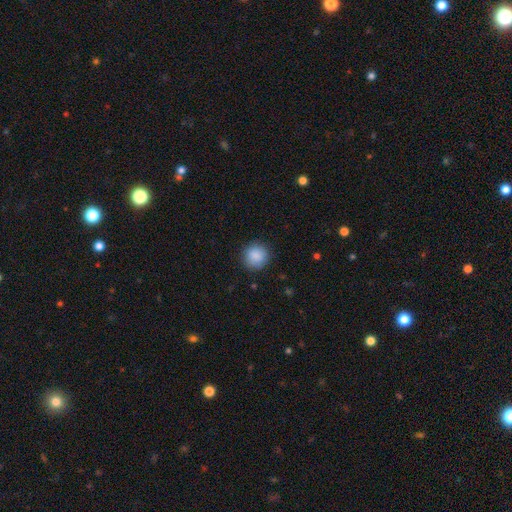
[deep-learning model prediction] smooth_or_featured: smooth (p=0.88) [alt: star or artifact p=0.08]
how_rounded: round (p=0.91) [alt: in between p=0.08]
merging: none (p=0.88) [alt: minor disturbance p=0.08]